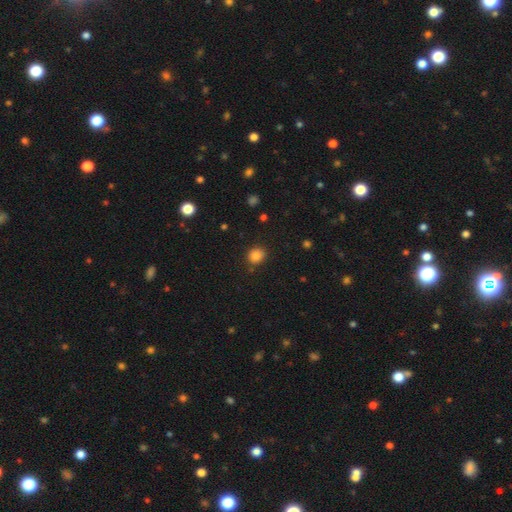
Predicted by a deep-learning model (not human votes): Q: Smooth or featured?
A: smooth (84%); runner-up: star or artifact (12%)
Q: How rounded?
A: round (79%); runner-up: in between (20%)
Q: Merging?
A: none (85%); runner-up: minor disturbance (10%)